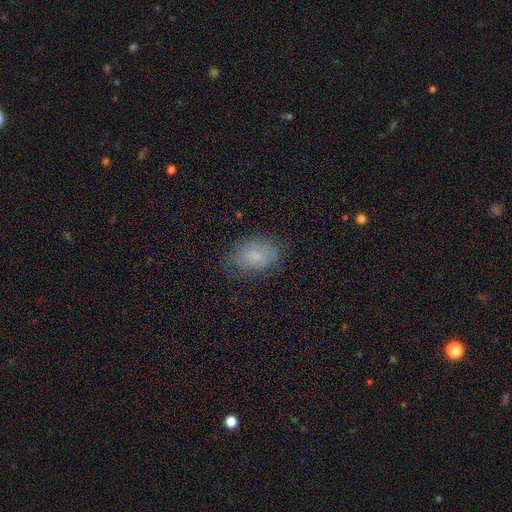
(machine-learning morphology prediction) smooth-or-featured: smooth: 75% | featured or disk: 16% | star or artifact: 9%
  how-rounded: in between: 83% | round: 16% | cigar-shaped: 1%
  merging: none: 69% | minor disturbance: 22% | major disturbance: 8% | merger: 1%